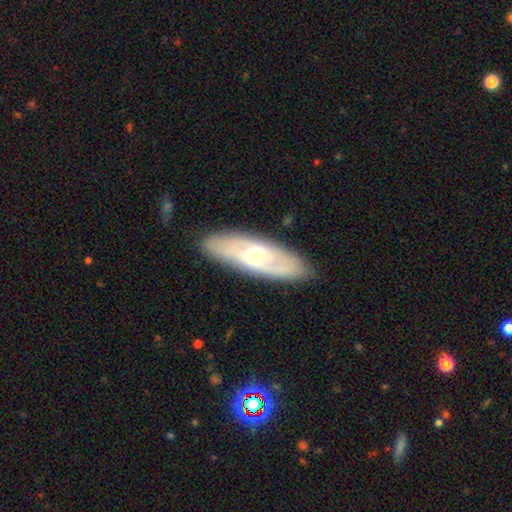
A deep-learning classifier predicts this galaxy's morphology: smooth_or_featured: featured or disk (p=0.64) [alt: smooth p=0.30]
disk_edge_on: no (p=0.76) [alt: yes p=0.24]
merging: none (p=0.86) [alt: minor disturbance p=0.10]